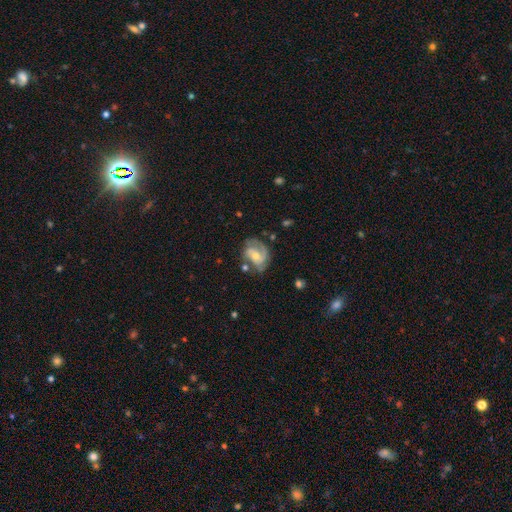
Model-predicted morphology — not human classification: Smooth or featured? featured or disk (76%)
Edge-on disk? no (97%)
Bar? no (53%)
Spiral arms? yes (92%)
Spiral winding? medium (46%)
Spiral arm count? 2 (59%)
Bulge size? moderate (50%)
Merging? none (56%)